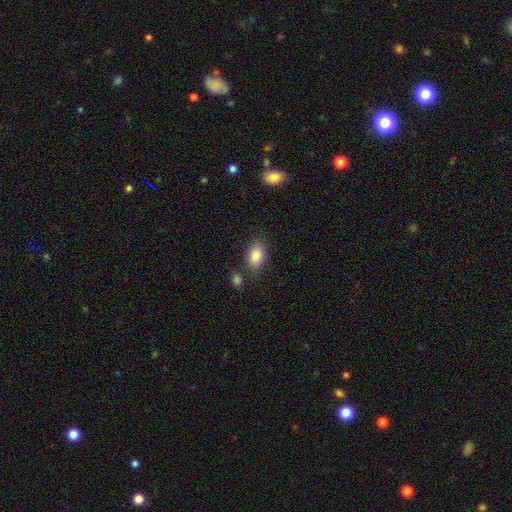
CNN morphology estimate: Overall: smooth (86%). How rounded: in between (85%). Merging: none (75%).